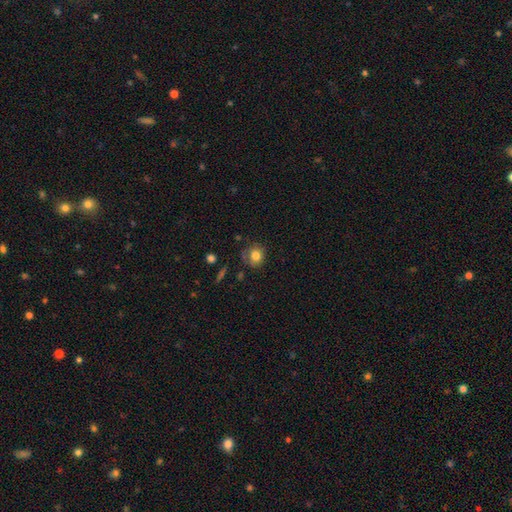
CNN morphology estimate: This is clearly a smooth galaxy (80%). How rounded: clearly round (80%). Merging: likely none (69%).